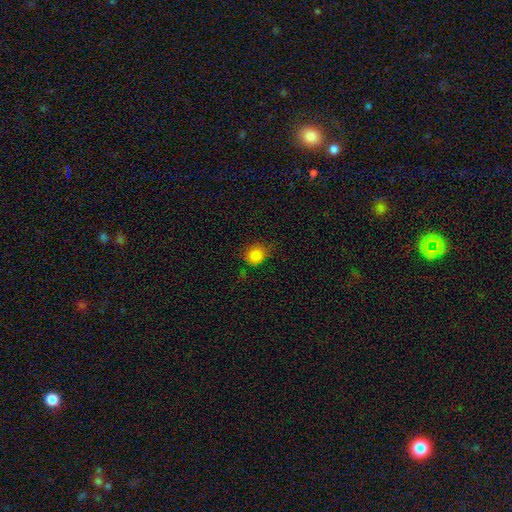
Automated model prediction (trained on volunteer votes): A smooth galaxy with no disk features (83%) that is round (78%).

Vote fractions:
- Smooth or featured? smooth: 83% / star or artifact: 12% / featured or disk: 6%
- How rounded? round: 78% / in between: 22% / cigar-shaped: 1%
- Merging? none: 69% / minor disturbance: 24% / major disturbance: 5% / merger: 2%